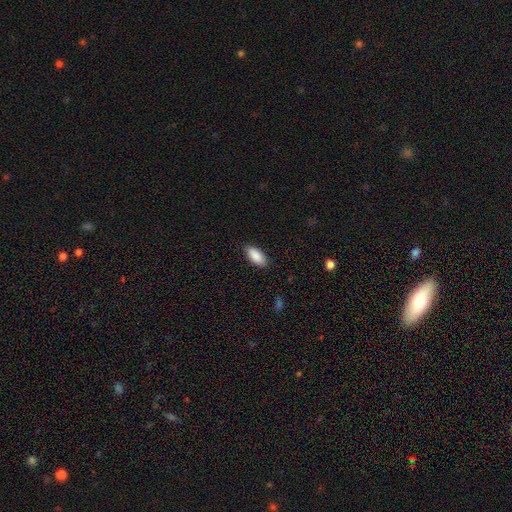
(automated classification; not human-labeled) Smooth or featured? Predicted: smooth (p=0.89). How rounded? Predicted: in between (p=0.92). Merging? Predicted: none (p=0.87).